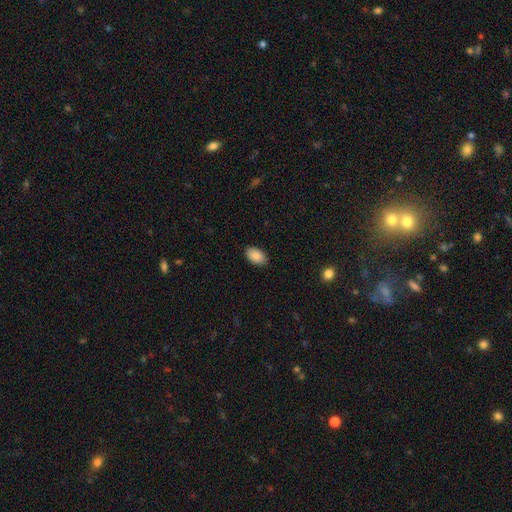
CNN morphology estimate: The model was most divided on "merging": none: 88%, minor disturbance: 9%, major disturbance: 2%, merger: 1%. More confident: how rounded — in between (92%); smooth or featured — smooth (88%).